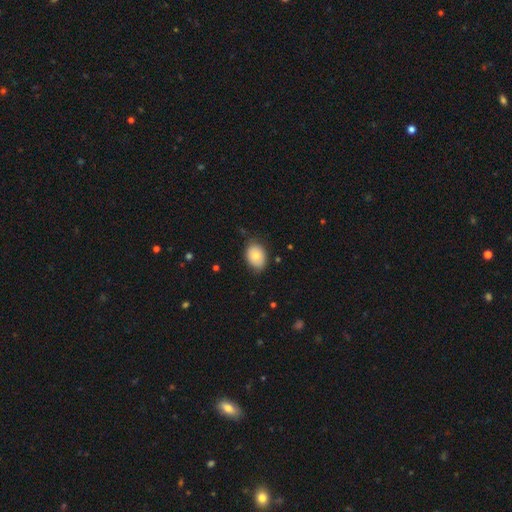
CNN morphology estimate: A smooth galaxy with no disk features (76%) that is in between round and cigar-shaped (71%).

Vote fractions:
- Smooth or featured? smooth: 76% / featured or disk: 17% / star or artifact: 7%
- How rounded? in between: 71% / round: 28% / cigar-shaped: 1%
- Merging? none: 77% / minor disturbance: 19% / major disturbance: 3% / merger: 1%